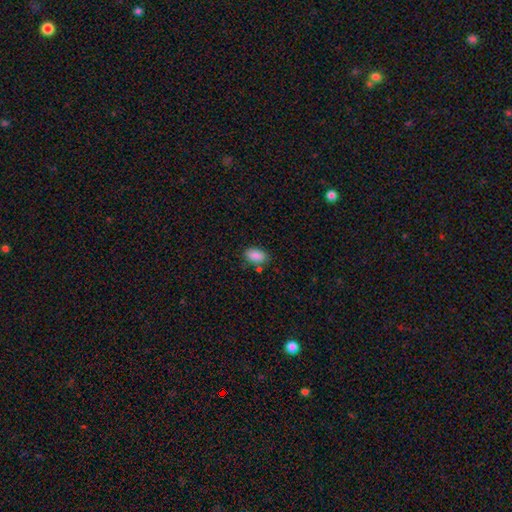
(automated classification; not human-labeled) A smooth galaxy with no disk features (88%) that is in between round and cigar-shaped (91%). Merging: none (75%).